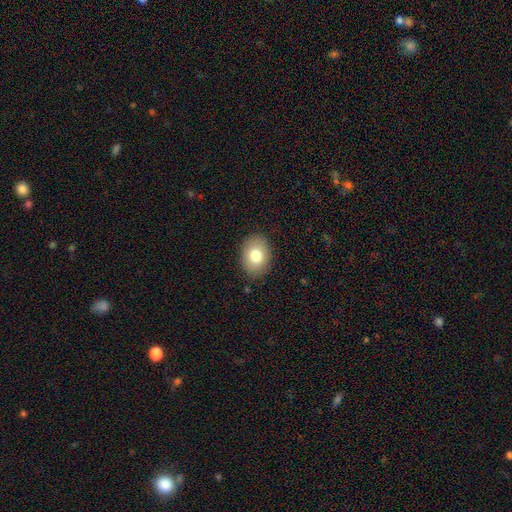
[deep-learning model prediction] Smooth or featured? Predicted: smooth (p=0.78). How rounded? Predicted: in between (p=0.65). Merging? Predicted: none (p=0.87).